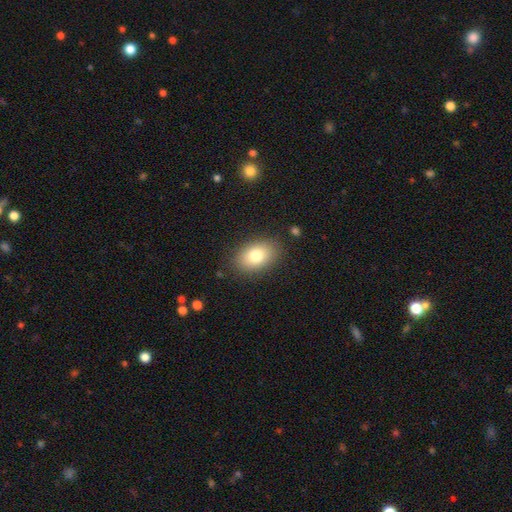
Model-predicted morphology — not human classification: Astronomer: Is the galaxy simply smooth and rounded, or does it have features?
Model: smooth — 79%.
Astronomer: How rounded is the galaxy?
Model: in between — 83%.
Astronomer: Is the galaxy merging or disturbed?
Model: none — 85%.